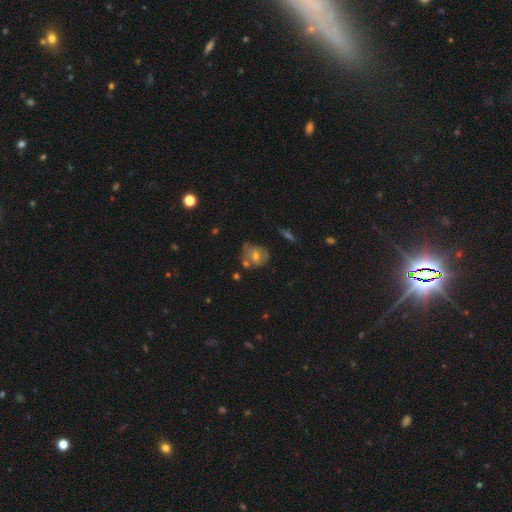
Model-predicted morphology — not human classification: Overall: smooth (51%; featured or disk 39%). How rounded: round (70%). Merging: none (53%; minor disturbance 24%).